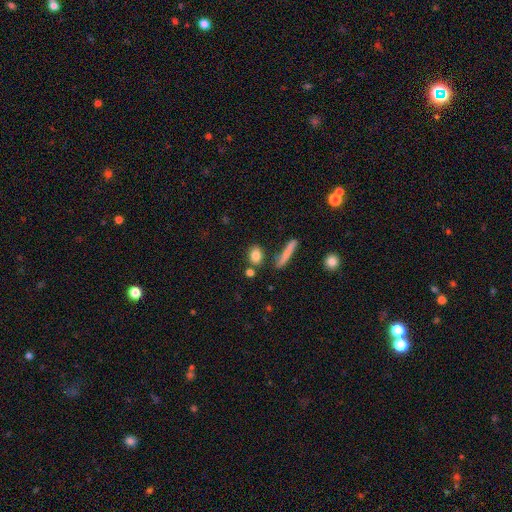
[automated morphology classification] A smooth galaxy with no disk features (82%) that is in between round and cigar-shaped (57%). Merging: none (75%).